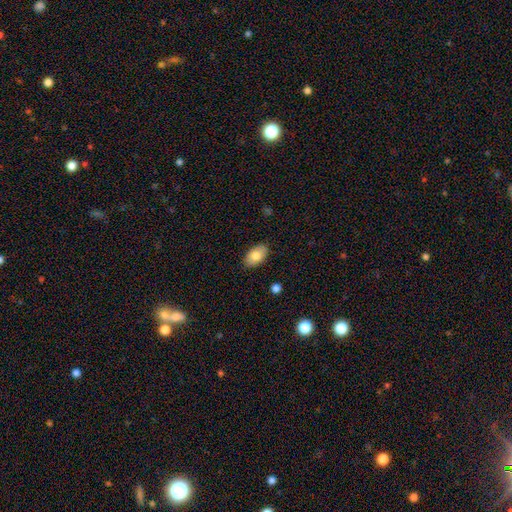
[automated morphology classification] The model was most divided on "smooth or featured": smooth: 80%, featured or disk: 14%, star or artifact: 7%. More confident: how rounded — in between (93%); merging — none (86%).